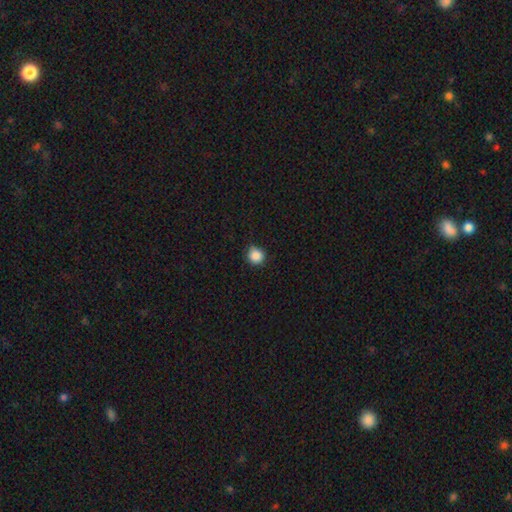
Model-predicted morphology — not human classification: Smooth or featured?
  - smooth: 87% *
  - star or artifact: 10%
  - featured or disk: 3%
How rounded?
  - round: 90% *
  - in between: 9%
  - cigar-shaped: 1%
Merging?
  - none: 81% *
  - minor disturbance: 16%
  - major disturbance: 3%
  - merger: 1%